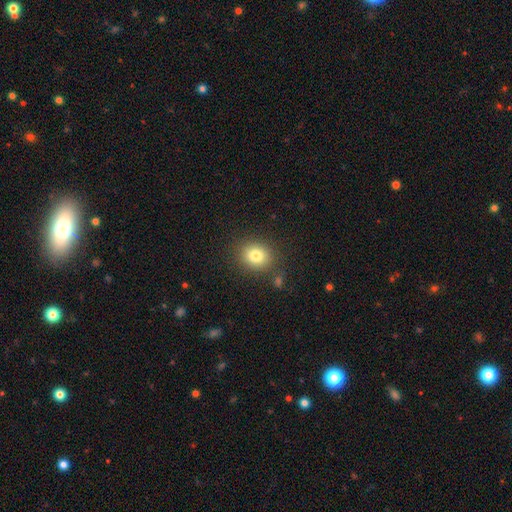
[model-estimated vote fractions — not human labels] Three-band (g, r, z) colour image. It shows a smooth galaxy with no disk features (81%) that is round (68%). Merging: none (85%).